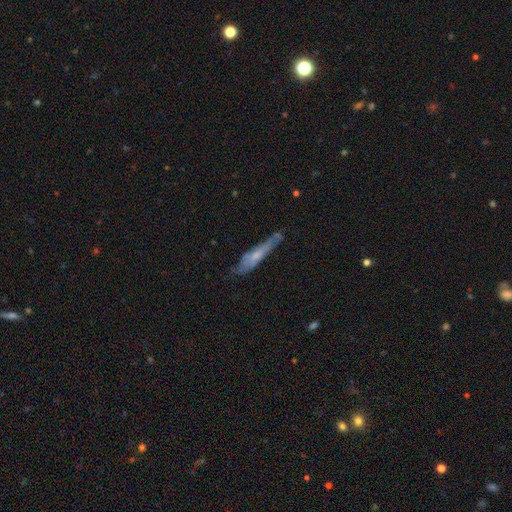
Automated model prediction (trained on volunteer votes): This appears to be a featured or disk galaxy (47%). Merging: none (57%).